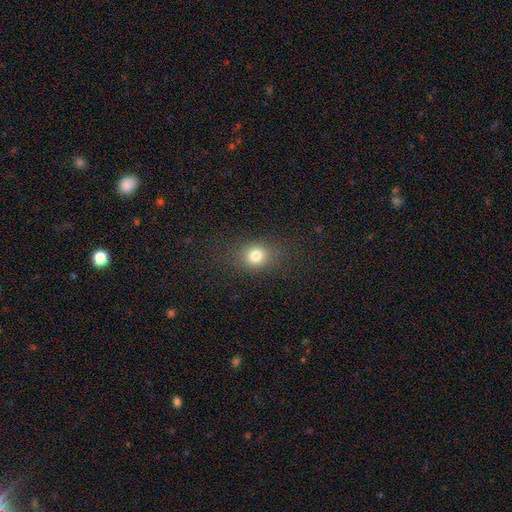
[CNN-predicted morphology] smooth_or_featured: smooth (p=0.78) [alt: star or artifact p=0.14]
how_rounded: round (p=0.64) [alt: in between p=0.34]
merging: none (p=0.82) [alt: minor disturbance p=0.11]